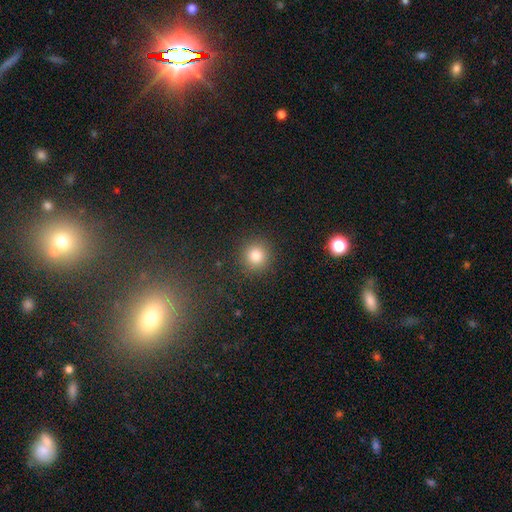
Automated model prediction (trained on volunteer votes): Smooth or featured? smooth (80%)
How rounded? round (93%)
Merging? none (90%)